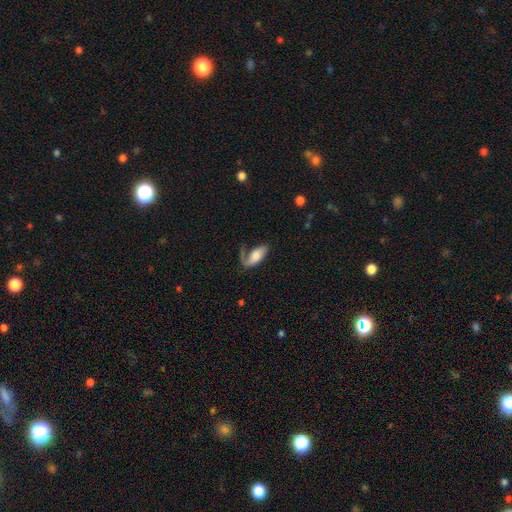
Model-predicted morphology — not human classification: smooth-or-featured: smooth: 51% | featured or disk: 42% | star or artifact: 7%
  how-rounded: in between: 85% | cigar-shaped: 11% | round: 3%
  merging: none: 40% | major disturbance: 33% | minor disturbance: 21% | merger: 6%